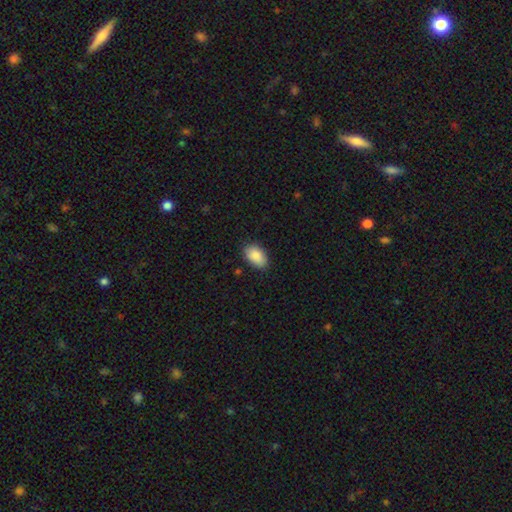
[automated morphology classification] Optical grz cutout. It shows a smooth galaxy with no disk features (89%) that is in between round and cigar-shaped (93%). Merging: none (83%).